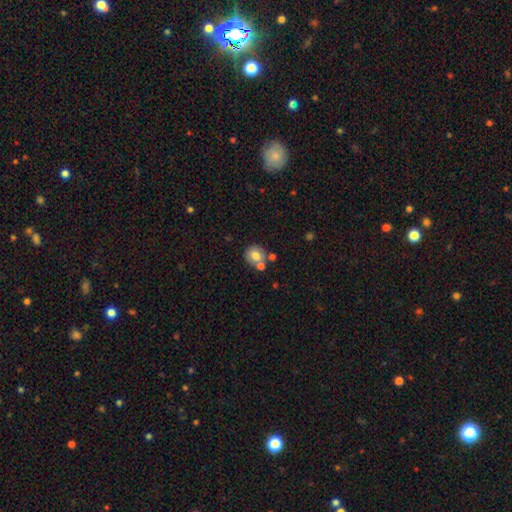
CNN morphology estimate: This appears to be a smooth galaxy with no disk features (73%) that is round (79%). Merging: none (57%).